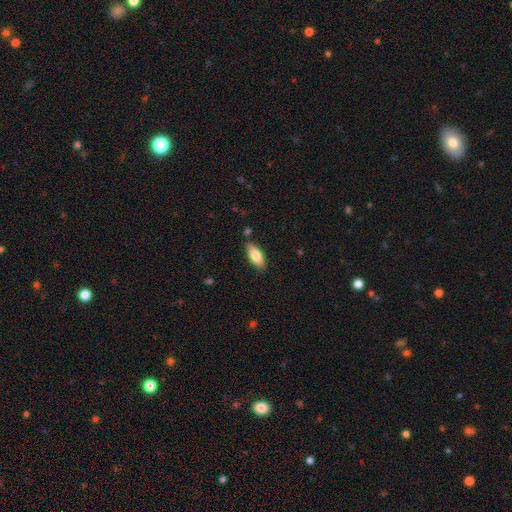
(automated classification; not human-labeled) Smooth or featured? smooth (78%)
How rounded? in between (79%)
Merging? none (82%)